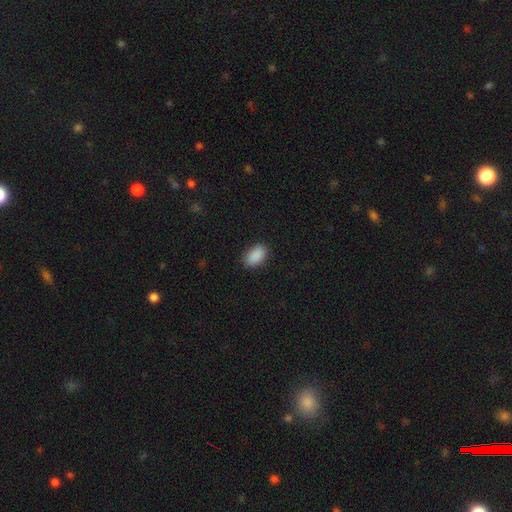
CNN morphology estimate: type=smooth (90%); roundness=in between (92%); merging=none (87%).